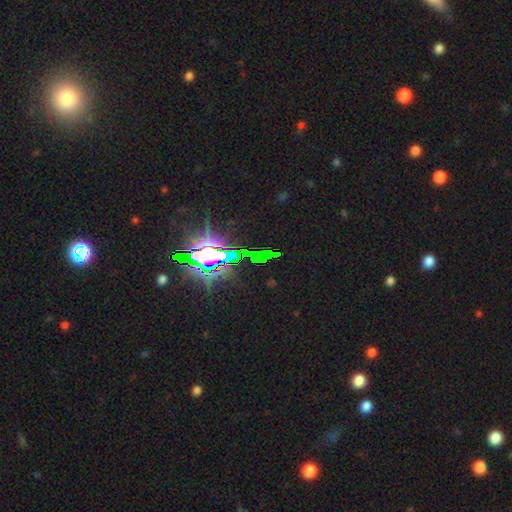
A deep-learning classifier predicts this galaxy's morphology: smooth_or_featured: star or artifact (p=0.82) [alt: featured or disk p=0.09]